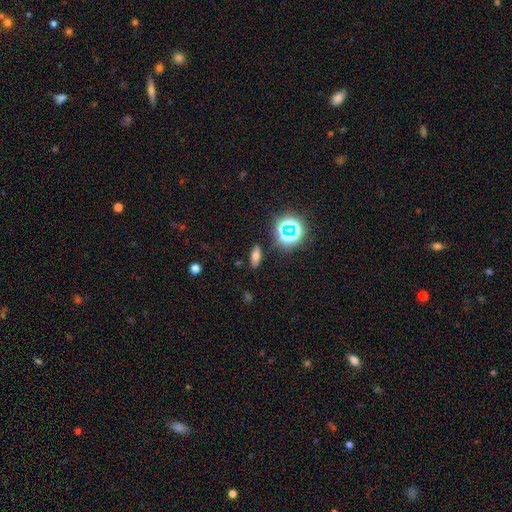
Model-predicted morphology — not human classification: The model was most divided on "smooth or featured": smooth: 61%, star or artifact: 22%, featured or disk: 17%. More confident: merging — none (87%); how rounded — in between (71%).